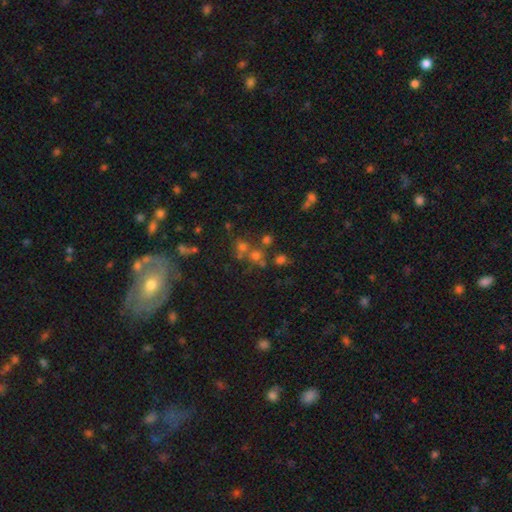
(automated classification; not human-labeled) Smooth or featured? Predicted: smooth (p=0.43). Merging? Predicted: none (p=0.56).